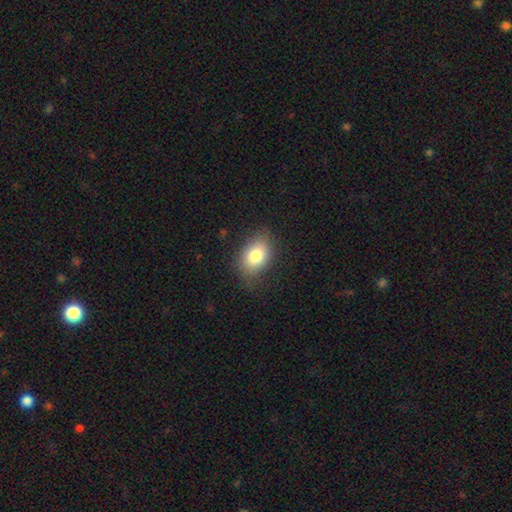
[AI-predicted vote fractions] Overall: smooth (81%). How rounded: in between (83%). Merging: none (78%).